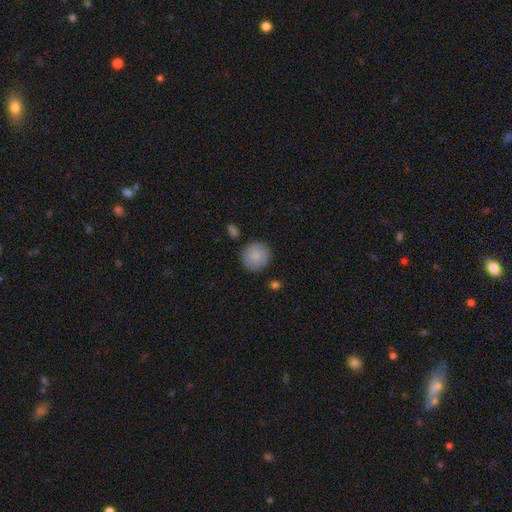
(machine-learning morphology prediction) type=smooth (86%); roundness=round (92%); merging=none (86%).